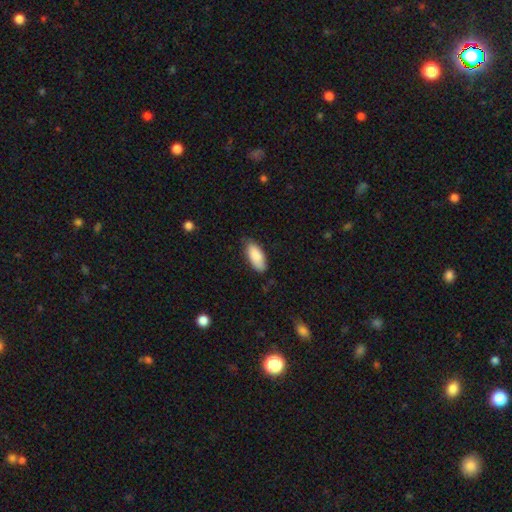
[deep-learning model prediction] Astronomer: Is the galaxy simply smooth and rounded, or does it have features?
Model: smooth — 87%.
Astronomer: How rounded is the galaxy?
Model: in between — 86%.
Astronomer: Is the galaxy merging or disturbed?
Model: none — 73%.